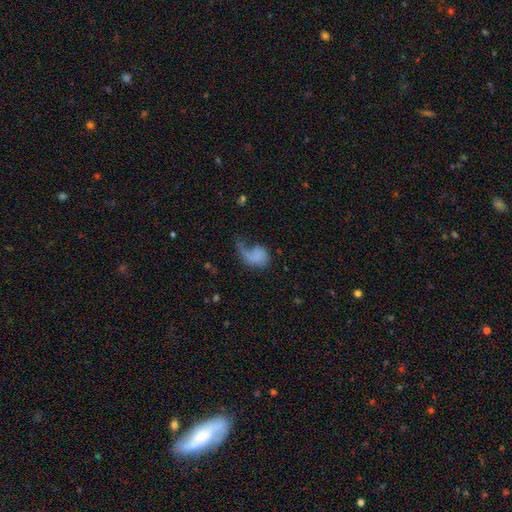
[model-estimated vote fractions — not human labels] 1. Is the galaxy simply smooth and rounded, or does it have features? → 56% smooth, 34% featured or disk, 10% star or artifact.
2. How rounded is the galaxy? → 61% in between, 36% round, 2% cigar-shaped.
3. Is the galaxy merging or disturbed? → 55% major disturbance, 22% none, 17% minor disturbance, 6% merger.